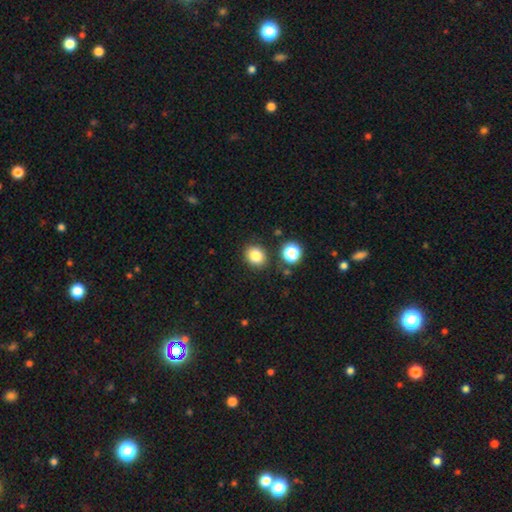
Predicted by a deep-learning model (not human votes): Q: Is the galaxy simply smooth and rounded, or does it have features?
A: smooth — 84%.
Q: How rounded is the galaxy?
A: round — 59%.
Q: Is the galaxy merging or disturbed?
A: none — 85%.